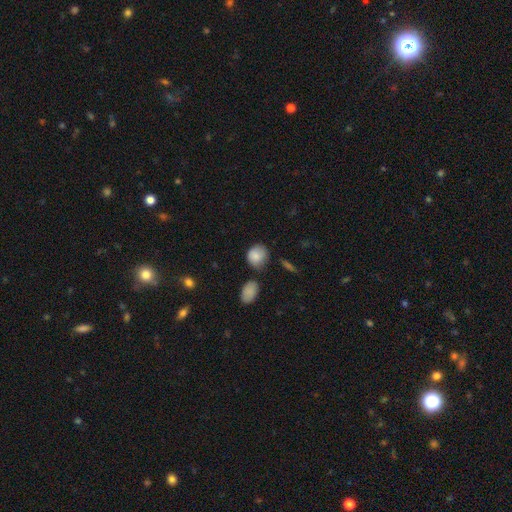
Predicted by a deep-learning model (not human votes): Q: Smooth or featured?
A: smooth (85%); runner-up: star or artifact (8%)
Q: How rounded?
A: round (72%); runner-up: in between (27%)
Q: Merging?
A: none (61%); runner-up: minor disturbance (25%)